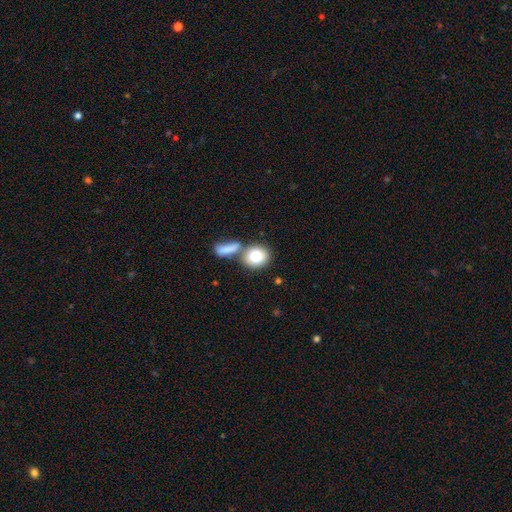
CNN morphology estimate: Smooth or featured? smooth (81%)
How rounded? round (61%)
Merging? none (47%)